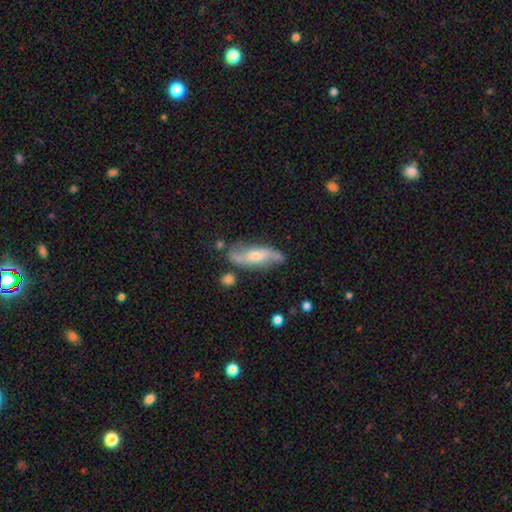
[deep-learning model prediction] Overall: featured or disk (66%; smooth 27%). Edge-on disk: no (80%). Bar: no (42%; weak 39%). Spiral arms: yes (86%). Bulge size: moderate (52%; small 36%). Merging: none (65%).